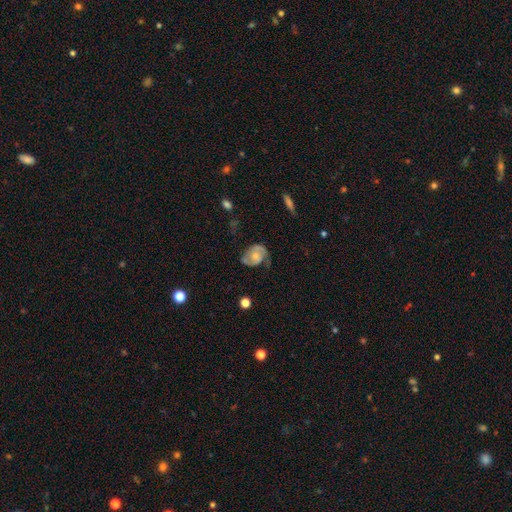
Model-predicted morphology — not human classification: This appears to be a featured or disk galaxy (70%) with no bar (70%), 2 (74%) medium (42%) spiral arms (88%) and a small central bulge (44%). Merging: none (57%).